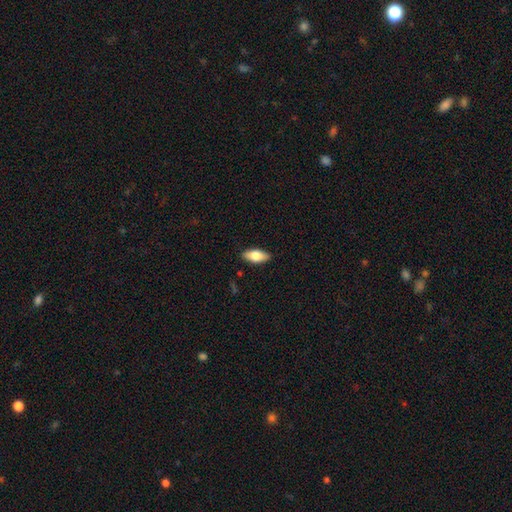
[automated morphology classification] A smooth galaxy with no disk features (75%) that is in between round and cigar-shaped (86%). Merging: none (88%).